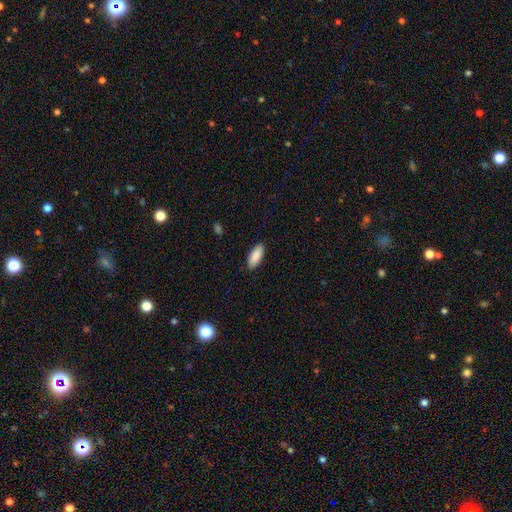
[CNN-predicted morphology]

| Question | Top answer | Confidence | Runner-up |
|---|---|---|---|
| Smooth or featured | smooth | 89% | star or artifact (6%) |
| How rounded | in between | 78% | cigar-shaped (21%) |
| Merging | none | 89% | minor disturbance (8%) |